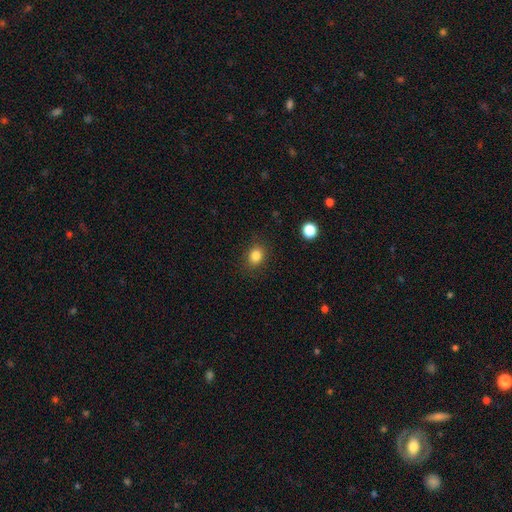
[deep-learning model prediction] smooth_or_featured: smooth (p=0.84) [alt: star or artifact p=0.11]
how_rounded: round (p=0.54) [alt: in between p=0.45]
merging: none (p=0.86) [alt: minor disturbance p=0.10]